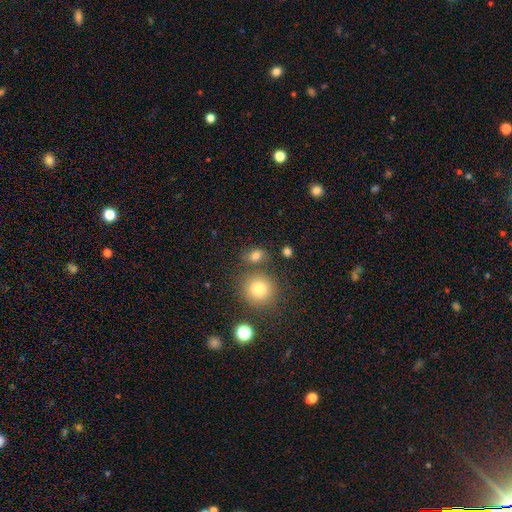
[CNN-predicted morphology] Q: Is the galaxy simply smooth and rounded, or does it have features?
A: smooth — 77%.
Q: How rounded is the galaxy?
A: in between — 52%.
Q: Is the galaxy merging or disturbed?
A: none — 70%.